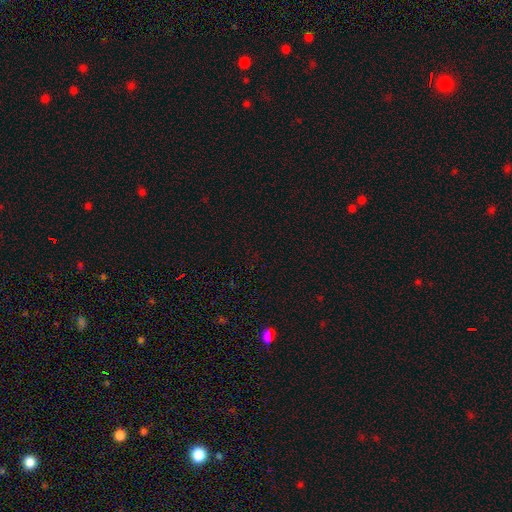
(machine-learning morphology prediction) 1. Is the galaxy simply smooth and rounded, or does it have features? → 69% star or artifact, 24% smooth, 7% featured or disk.